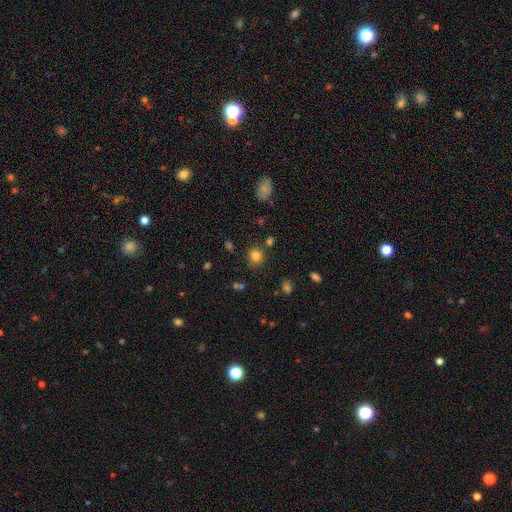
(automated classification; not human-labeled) Smooth or featured: smooth — 81% (star or artifact — 14%)
How rounded: round — 85% (in between — 14%)
Merging: none — 82% (minor disturbance — 9%)